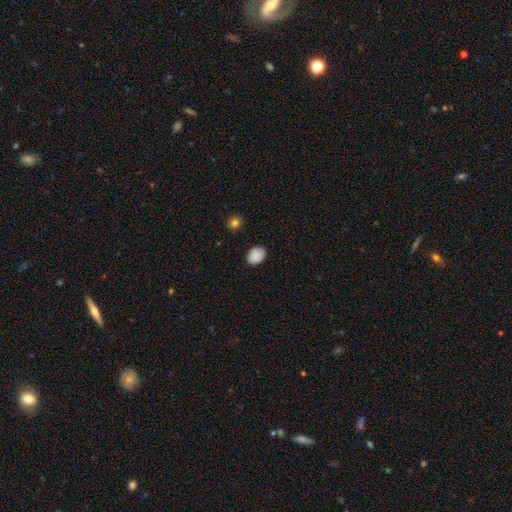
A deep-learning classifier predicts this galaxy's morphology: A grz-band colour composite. It shows a smooth galaxy with no disk features (88%) that is in between round and cigar-shaped (65%). Merging: none (85%).